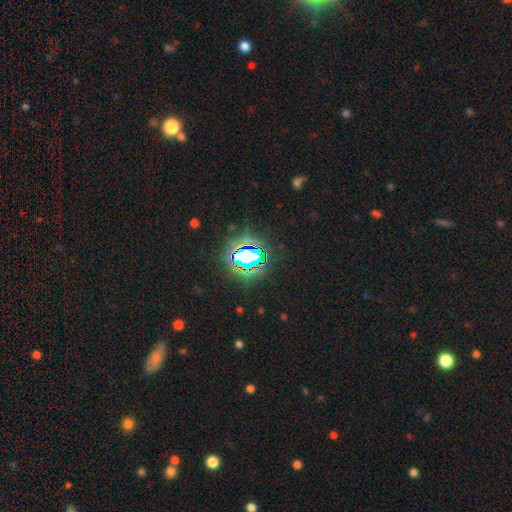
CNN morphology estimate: star or artifact 79%, smooth 14%, featured or disk 8%.